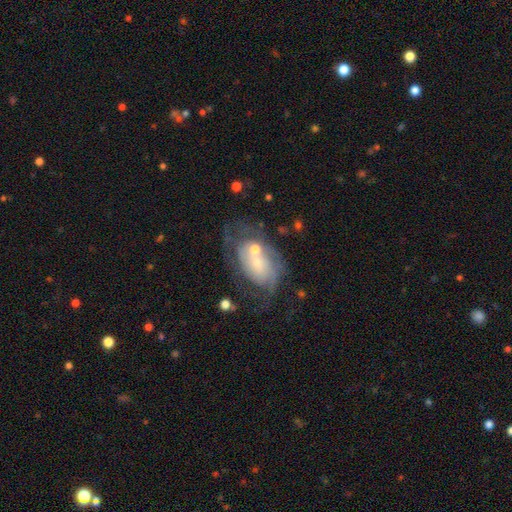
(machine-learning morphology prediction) featured or disk 68%, smooth 23%, star or artifact 9%. Down the decision tree: edge-on disk — no (96%); bar — no (76%); spiral arms — yes (76%); spiral arm count — can't tell (43%); spiral winding — tight (45%); bulge size — small (64%); merging — none (37%).